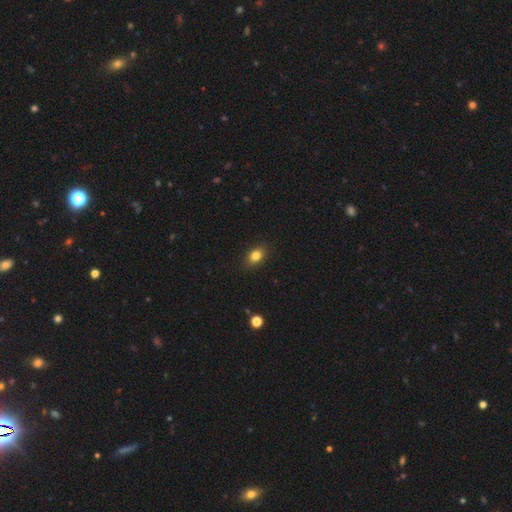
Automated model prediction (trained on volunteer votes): smooth_or_featured: smooth (p=0.82) [alt: star or artifact p=0.11]
how_rounded: in between (p=0.67) [alt: round p=0.32]
merging: none (p=0.87) [alt: minor disturbance p=0.09]